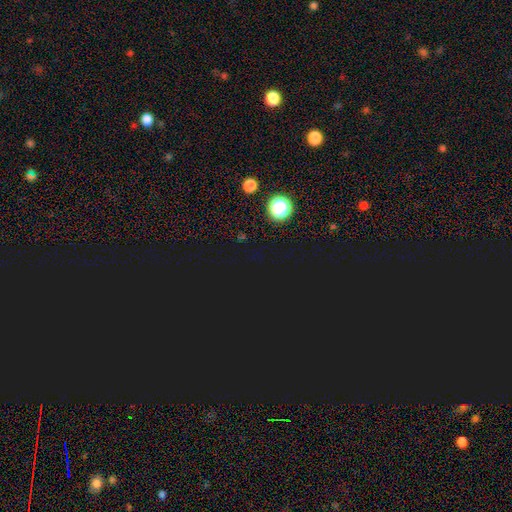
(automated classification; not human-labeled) smooth_or_featured: star or artifact (p=0.78) [alt: smooth p=0.16]